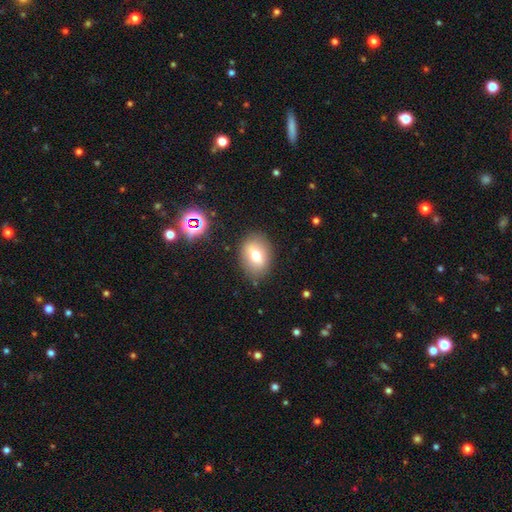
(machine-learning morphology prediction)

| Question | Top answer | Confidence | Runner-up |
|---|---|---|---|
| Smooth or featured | smooth | 67% | featured or disk (23%) |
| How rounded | in between | 69% | round (30%) |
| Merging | none | 82% | minor disturbance (12%) |